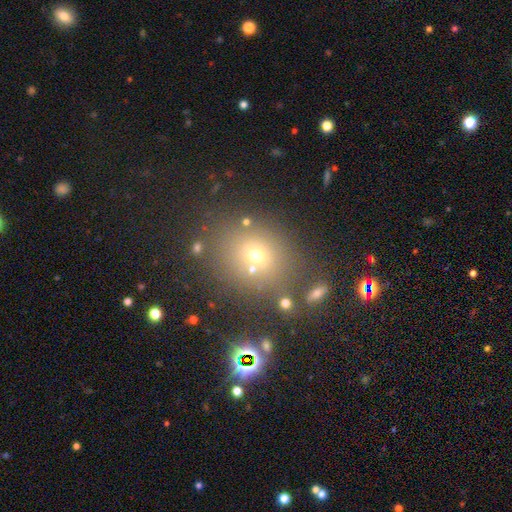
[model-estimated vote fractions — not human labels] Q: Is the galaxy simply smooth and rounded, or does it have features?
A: smooth — 54%.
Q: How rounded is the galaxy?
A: round — 66%.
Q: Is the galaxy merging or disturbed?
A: none — 75%.